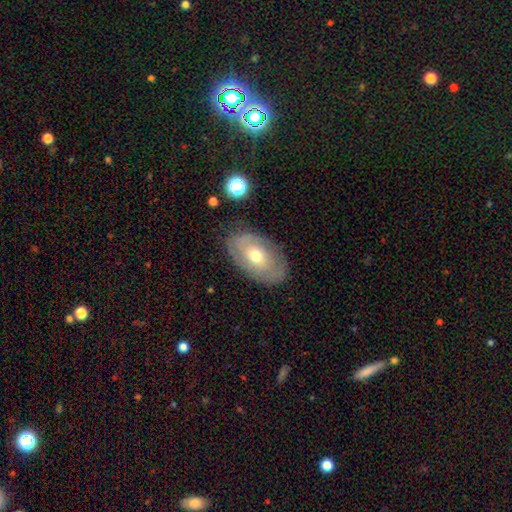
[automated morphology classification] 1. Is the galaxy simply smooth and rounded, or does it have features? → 49% featured or disk, 44% smooth, 8% star or artifact.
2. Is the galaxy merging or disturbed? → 78% none, 16% minor disturbance, 5% major disturbance, 2% merger.